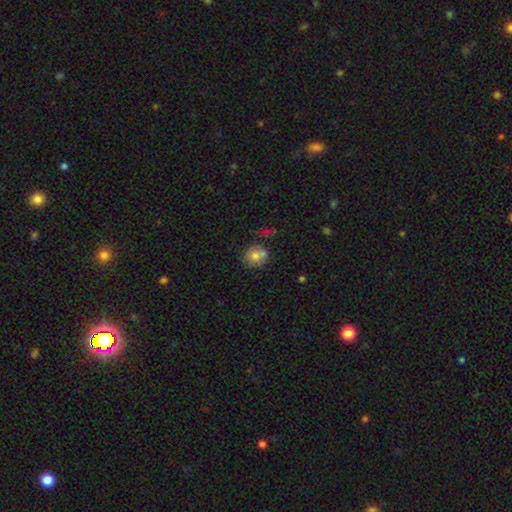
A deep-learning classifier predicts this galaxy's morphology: Smooth or featured? smooth (73%)
How rounded? round (78%)
Merging? none (54%)